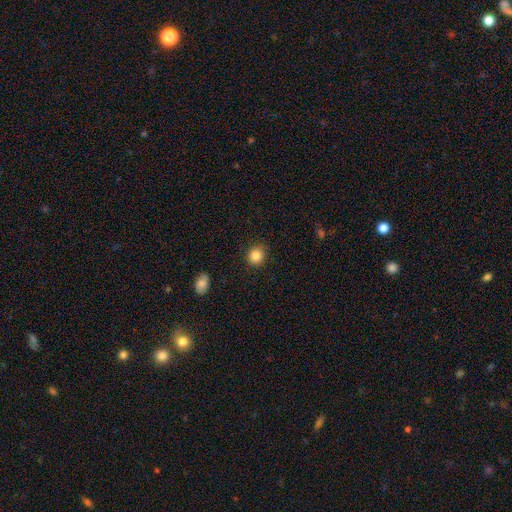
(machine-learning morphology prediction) Smooth or featured? smooth (86%)
How rounded? round (87%)
Merging? none (88%)